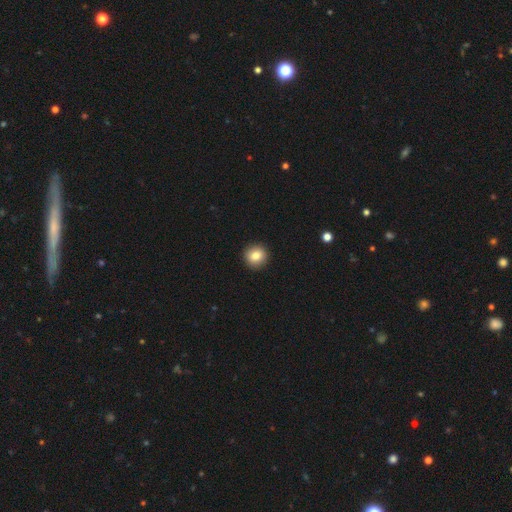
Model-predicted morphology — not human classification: Smooth or featured? Predicted: smooth (p=0.83). How rounded? Predicted: round (p=0.93). Merging? Predicted: none (p=0.93).